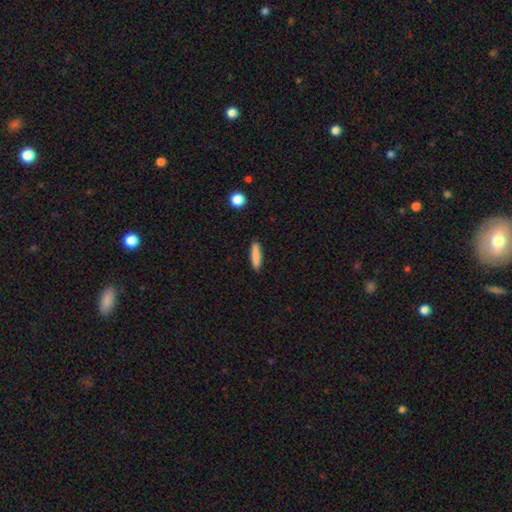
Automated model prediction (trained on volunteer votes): Smooth or featured? smooth (85%)
How rounded? cigar-shaped (82%)
Merging? none (90%)